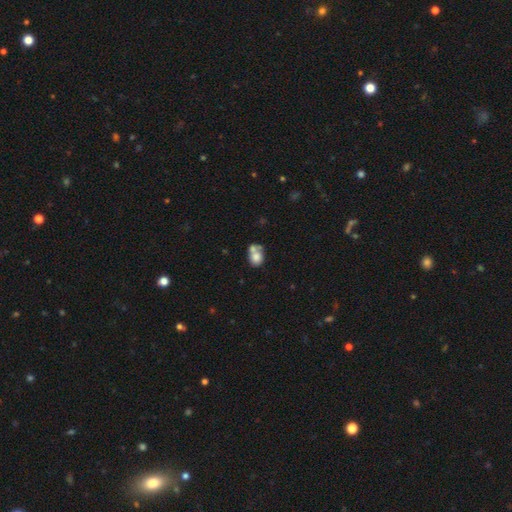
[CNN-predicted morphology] The model was most divided on "how rounded": round: 58%, in between: 41%, cigar-shaped: 1%. More confident: smooth or featured — smooth (75%); merging — merger (55%).